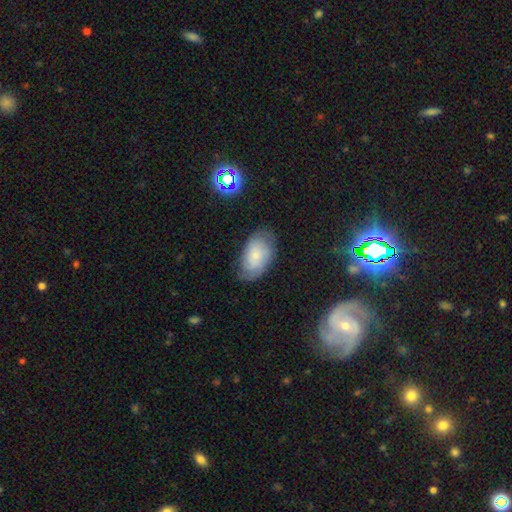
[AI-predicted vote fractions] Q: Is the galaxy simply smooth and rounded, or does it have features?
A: smooth — 51%.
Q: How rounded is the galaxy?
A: in between — 91%.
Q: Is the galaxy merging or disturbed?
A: none — 68%.